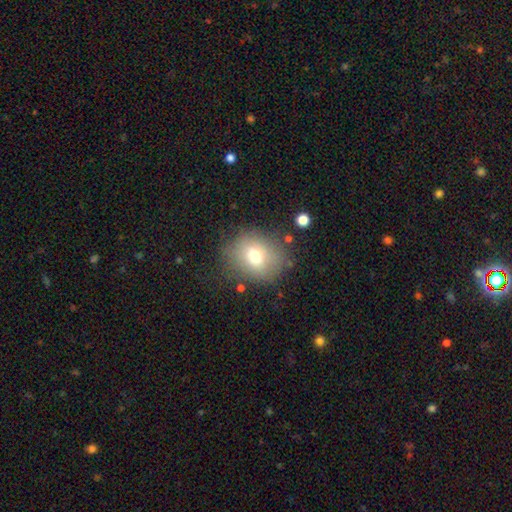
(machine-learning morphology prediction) A smooth galaxy with no disk features (69%) that is round (66%).

Vote fractions:
- Smooth or featured? smooth: 69% / featured or disk: 18% / star or artifact: 14%
- How rounded? round: 66% / in between: 33% / cigar-shaped: 1%
- Merging? none: 74% / minor disturbance: 16% / major disturbance: 8% / merger: 3%